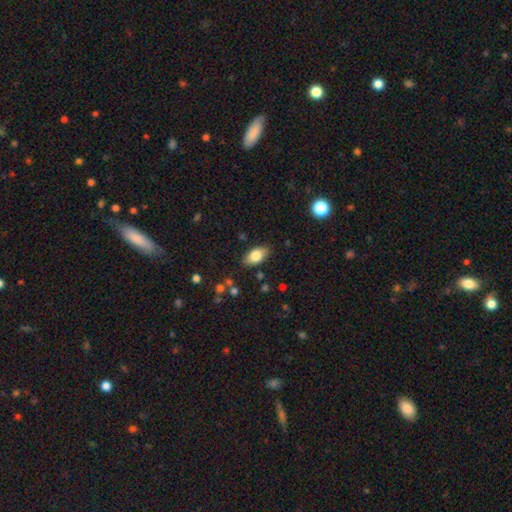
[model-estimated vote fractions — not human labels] smooth 79%, featured or disk 14%, star or artifact 7%. Down the decision tree: how rounded — in between (91%); merging — none (84%).